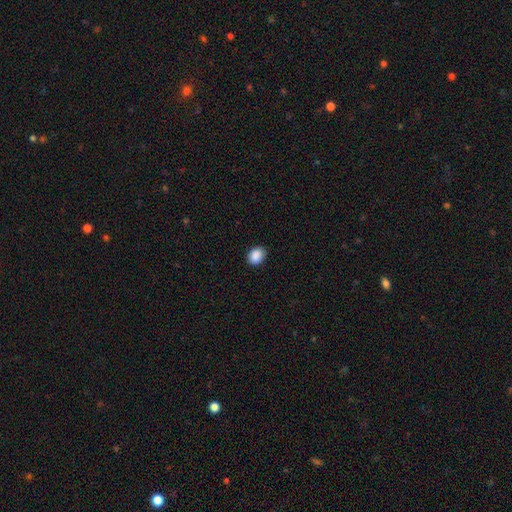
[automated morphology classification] Smooth or featured? Predicted: smooth (p=0.89). How rounded? Predicted: in between (p=0.56). Merging? Predicted: none (p=0.88).